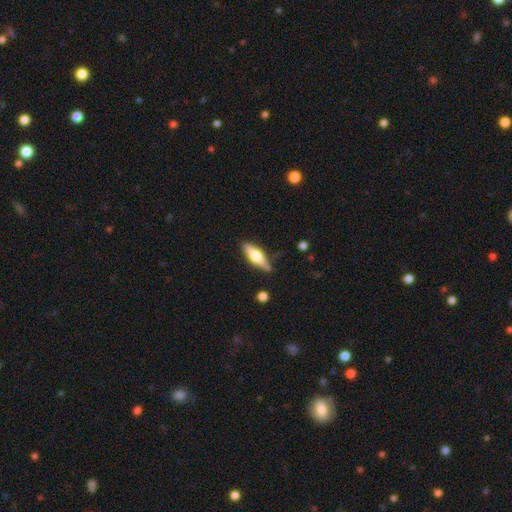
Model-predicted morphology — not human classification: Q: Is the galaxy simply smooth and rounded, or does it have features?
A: smooth — 54%.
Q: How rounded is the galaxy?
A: in between — 51%.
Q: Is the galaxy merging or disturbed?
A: none — 80%.